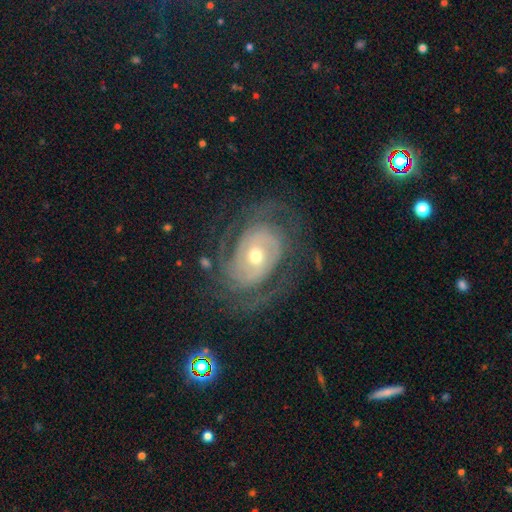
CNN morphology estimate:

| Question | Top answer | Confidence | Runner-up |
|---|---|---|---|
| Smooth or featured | featured or disk | 85% | smooth (9%) |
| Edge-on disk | no | 96% | yes (4%) |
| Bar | no | 63% | weak (28%) |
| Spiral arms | yes | 93% | no (7%) |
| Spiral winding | tight | 59% | medium (31%) |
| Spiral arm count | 2 | 33% | can't tell (31%) |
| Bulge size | moderate | 54% | small (41%) |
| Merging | none | 66% | minor disturbance (18%) |